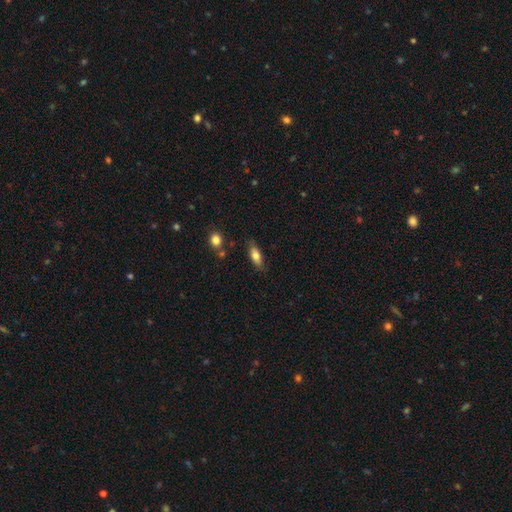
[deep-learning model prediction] This is likely a smooth galaxy (73%). How rounded: likely in between (74%). Merging: likely none (75%).